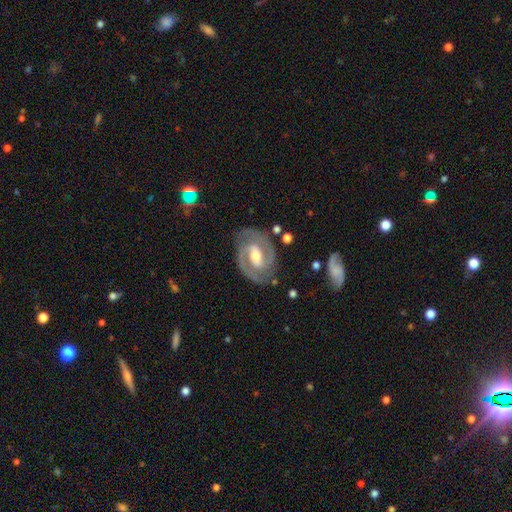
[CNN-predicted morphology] smooth_or_featured: featured or disk (p=0.88) [alt: smooth p=0.08]
disk_edge_on: no (p=0.97) [alt: yes p=0.03]
bar: weak (p=0.41) [alt: strong p=0.40]
has_spiral_arms: yes (p=0.94) [alt: no p=0.06]
spiral_winding: tight (p=0.47) [alt: medium p=0.45]
spiral_arm_count: 2 (p=0.89) [alt: can't tell p=0.05]
bulge_size: moderate (p=0.64) [alt: small p=0.26]
merging: none (p=0.82) [alt: minor disturbance p=0.12]